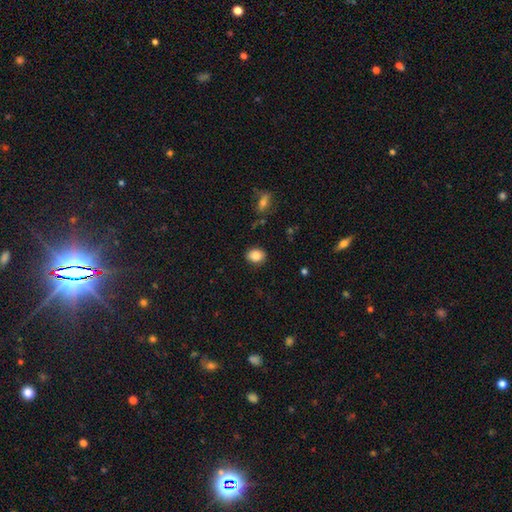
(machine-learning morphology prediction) Smooth or featured? smooth (85%)
How rounded? in between (56%)
Merging? none (87%)